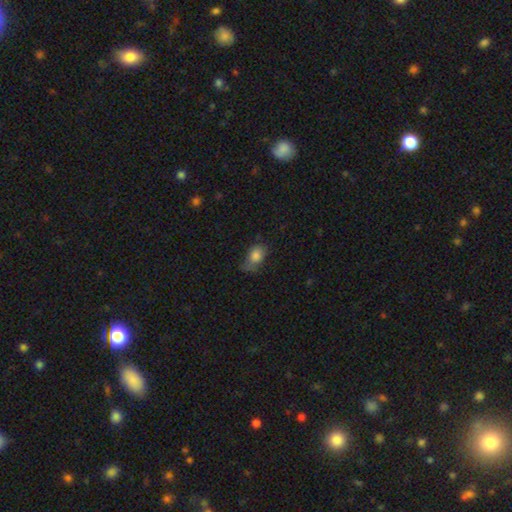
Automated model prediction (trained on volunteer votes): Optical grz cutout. It shows a smooth galaxy with no disk features (79%) that is in between round and cigar-shaped (81%). Merging: none (42%).